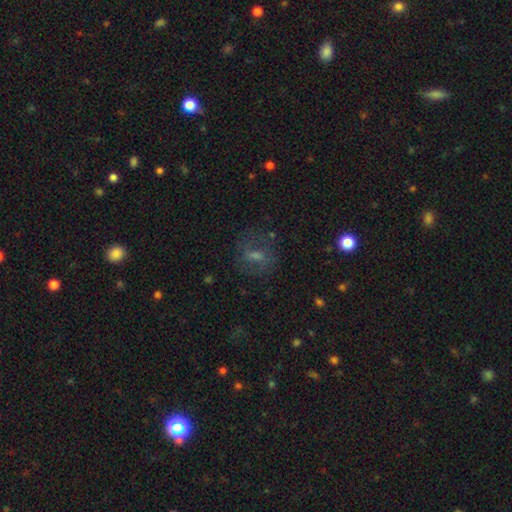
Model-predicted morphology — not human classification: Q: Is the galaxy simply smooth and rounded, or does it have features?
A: smooth — 42%.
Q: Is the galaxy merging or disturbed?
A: none — 70%.